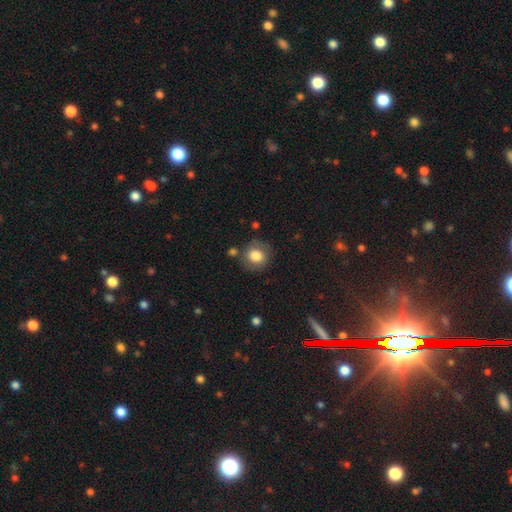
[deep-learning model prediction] smooth-or-featured: smooth: 79% | featured or disk: 13% | star or artifact: 9%
  how-rounded: round: 83% | in between: 16% | cigar-shaped: 1%
  merging: none: 76% | minor disturbance: 14% | major disturbance: 5% | merger: 5%